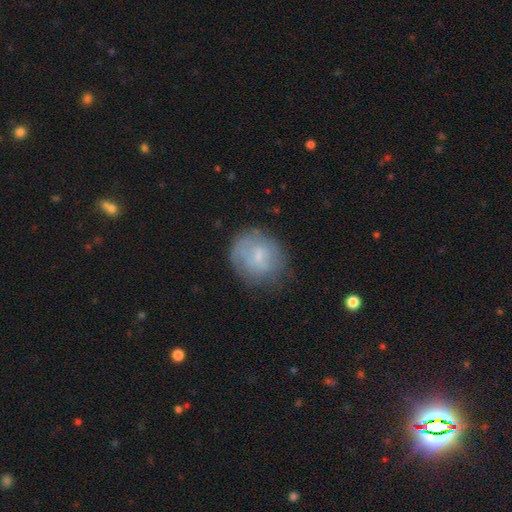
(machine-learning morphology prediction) smooth 51%, featured or disk 40%, star or artifact 9%. Down the decision tree: how rounded — round (74%); merging — none (68%).